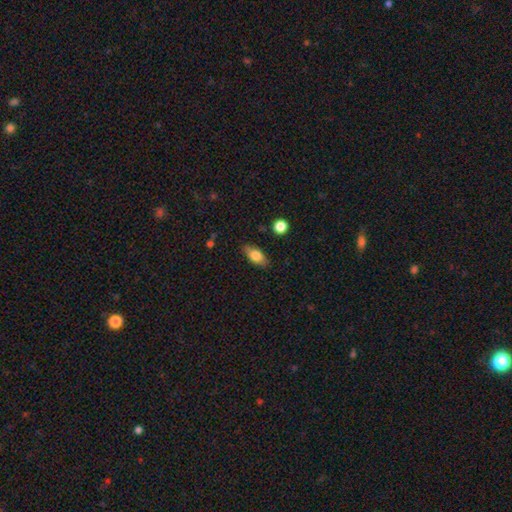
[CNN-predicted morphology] A smooth galaxy with no disk features (74%) that is in between round and cigar-shaped (85%).

Vote fractions:
- Smooth or featured? smooth: 74% / featured or disk: 19% / star or artifact: 7%
- How rounded? in between: 85% / cigar-shaped: 10% / round: 5%
- Merging? none: 84% / minor disturbance: 12% / major disturbance: 3% / merger: 2%